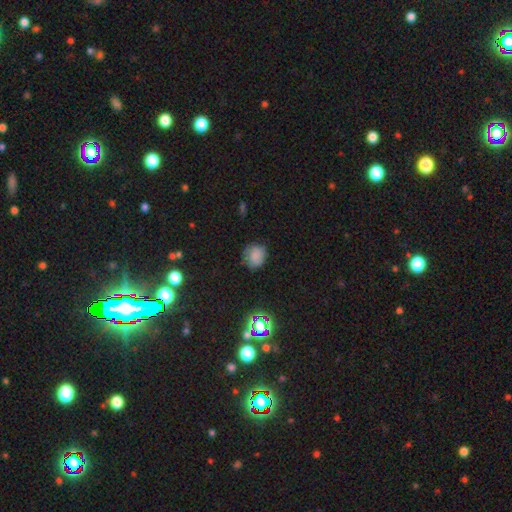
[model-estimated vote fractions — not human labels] A smooth galaxy with no disk features (77%) that is round (78%). Merging: none (72%).